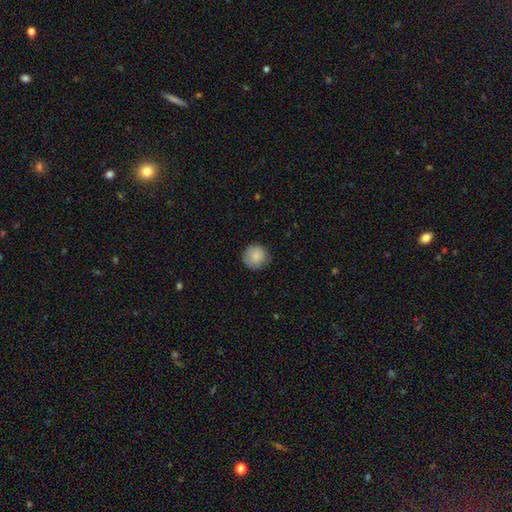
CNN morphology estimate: smooth-or-featured: smooth: 82% | featured or disk: 11% | star or artifact: 7%
  how-rounded: round: 93% | in between: 6% | cigar-shaped: 1%
  merging: none: 79% | minor disturbance: 17% | major disturbance: 4% | merger: 1%